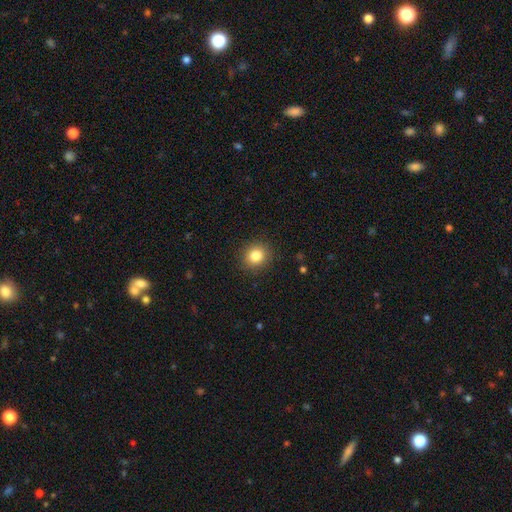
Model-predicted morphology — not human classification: Smooth or featured? smooth (84%)
How rounded? round (80%)
Merging? none (89%)